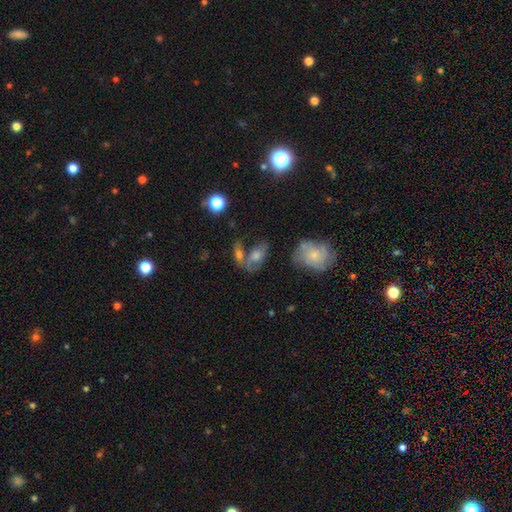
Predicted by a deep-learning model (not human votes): Overall: smooth (44%; featured or disk 37%). Merging: merger (37%; none 36%).